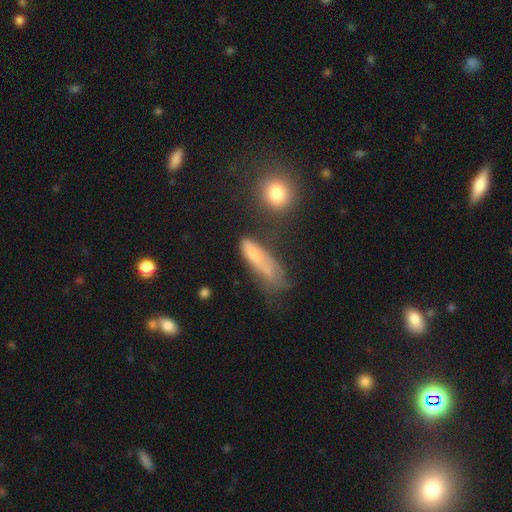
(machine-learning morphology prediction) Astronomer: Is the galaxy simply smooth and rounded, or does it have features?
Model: smooth — 57% (runner-up: featured or disk, 33%).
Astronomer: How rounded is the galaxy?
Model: cigar-shaped — 50% (runner-up: in between, 45%).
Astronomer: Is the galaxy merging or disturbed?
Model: major disturbance — 30%, tied with none at 30%.